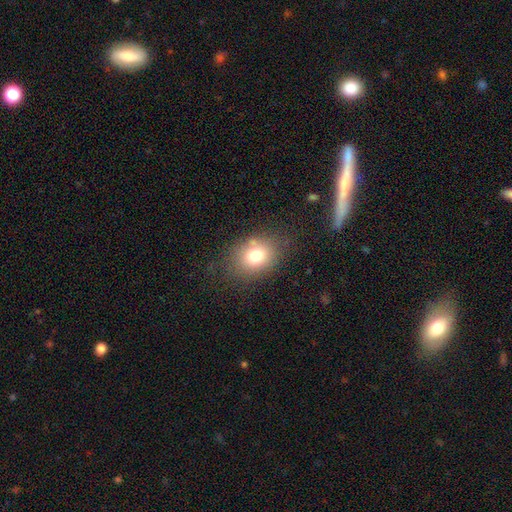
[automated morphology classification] The model was most divided on "how rounded": in between: 55%, round: 44%, cigar-shaped: 1%. More confident: smooth or featured — smooth (75%); merging — none (75%).